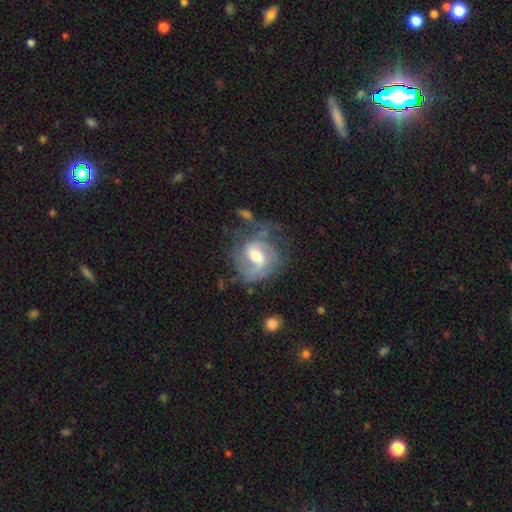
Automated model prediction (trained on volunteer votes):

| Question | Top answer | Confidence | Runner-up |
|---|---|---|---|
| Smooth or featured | featured or disk | 77% | smooth (16%) |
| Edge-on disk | no | 97% | yes (3%) |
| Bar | weak | 53% | no (32%) |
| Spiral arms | yes | 89% | no (11%) |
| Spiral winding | medium | 43% | tight (32%) |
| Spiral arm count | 2 | 49% | can't tell (23%) |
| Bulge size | moderate | 62% | small (25%) |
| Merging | none | 49% | major disturbance (24%) |